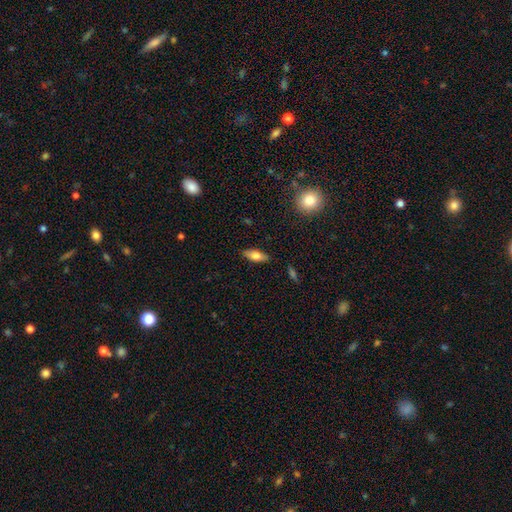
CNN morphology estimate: Smooth or featured?
  - smooth: 69% *
  - featured or disk: 24%
  - star or artifact: 7%
How rounded?
  - in between: 72% *
  - cigar-shaped: 25%
  - round: 3%
Merging?
  - none: 87% *
  - minor disturbance: 9%
  - major disturbance: 2%
  - merger: 1%